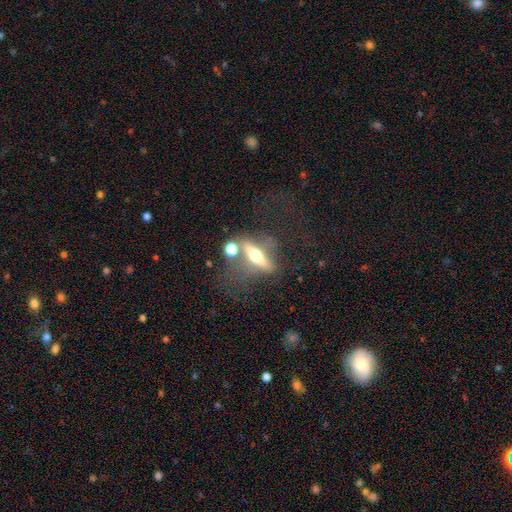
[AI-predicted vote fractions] Morphology: type=featured or disk (57%); edge-on=yes (82%); merging=none (55%).